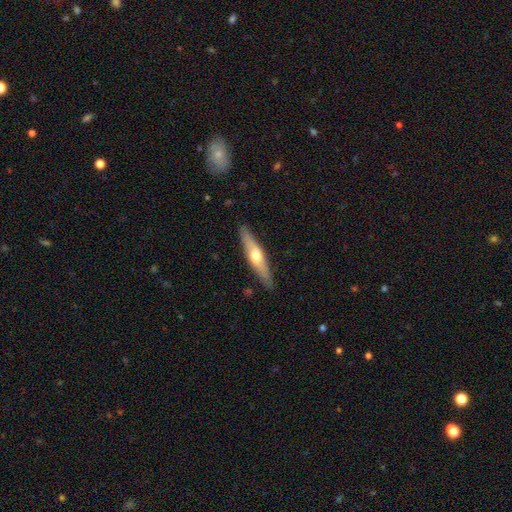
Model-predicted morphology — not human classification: A featured or disk galaxy (53%) viewed edge-on (87%). Merging: none (87%).